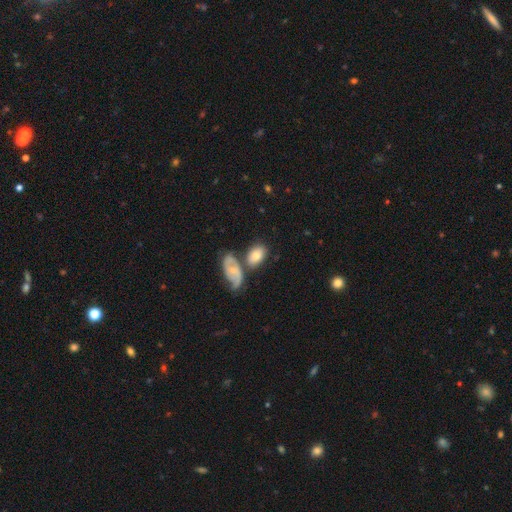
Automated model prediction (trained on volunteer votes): Q: Smooth or featured?
A: smooth (65%); runner-up: featured or disk (27%)
Q: How rounded?
A: in between (81%); runner-up: round (17%)
Q: Merging?
A: none (51%); runner-up: merger (26%)